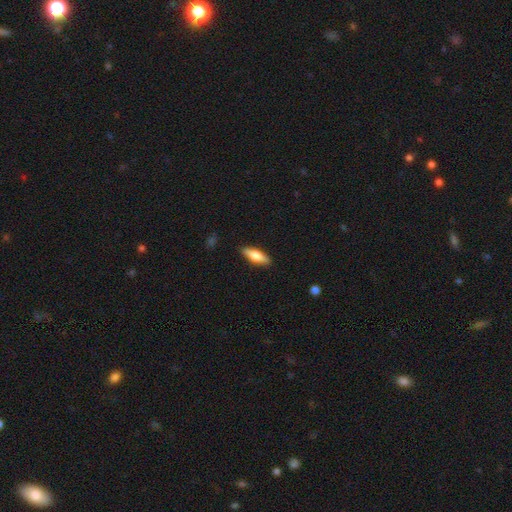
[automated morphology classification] This is possibly a smooth galaxy (60%). How rounded: possibly cigar-shaped (50%). Merging: clearly none (88%).